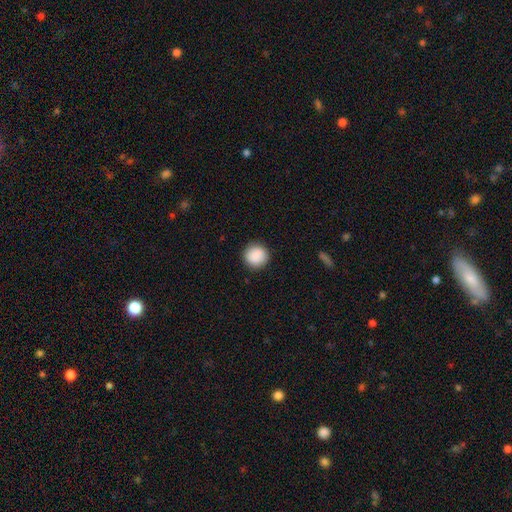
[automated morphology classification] Smooth or featured? smooth (89%)
How rounded? round (93%)
Merging? none (90%)